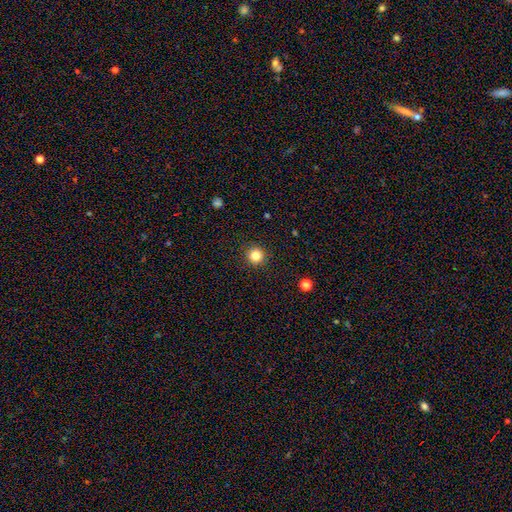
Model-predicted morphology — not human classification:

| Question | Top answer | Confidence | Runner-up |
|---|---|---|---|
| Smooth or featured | smooth | 83% | star or artifact (12%) |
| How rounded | round | 95% | in between (4%) |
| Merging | none | 92% | minor disturbance (5%) |